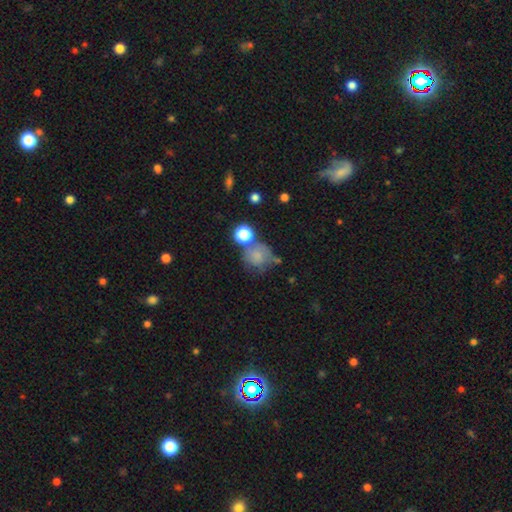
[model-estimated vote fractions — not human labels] Smooth or featured? smooth (69%)
How rounded? round (80%)
Merging? none (43%)